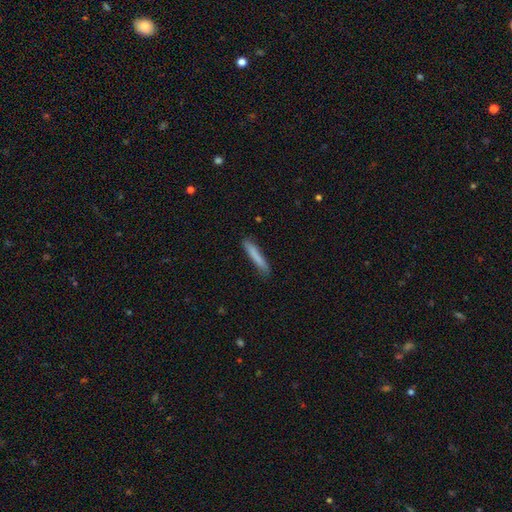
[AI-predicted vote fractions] Q: Smooth or featured?
A: smooth (81%); runner-up: featured or disk (13%)
Q: How rounded?
A: cigar-shaped (94%); runner-up: in between (5%)
Q: Merging?
A: none (84%); runner-up: minor disturbance (12%)